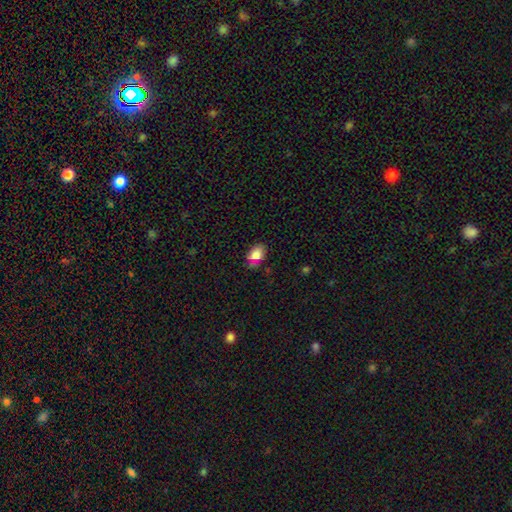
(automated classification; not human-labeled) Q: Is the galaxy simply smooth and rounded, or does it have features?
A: smooth — 78%.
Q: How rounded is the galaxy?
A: in between — 81%.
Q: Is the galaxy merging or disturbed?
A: none — 72%.